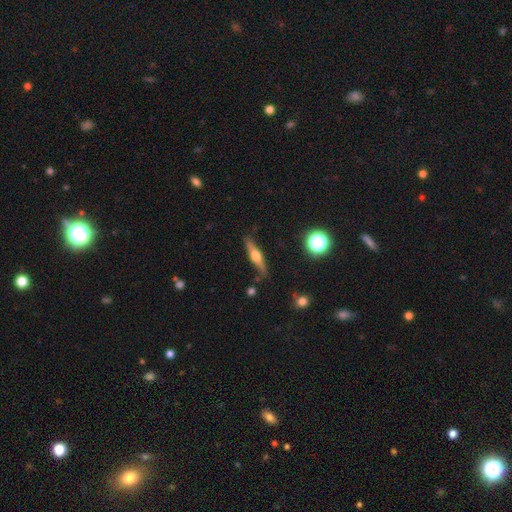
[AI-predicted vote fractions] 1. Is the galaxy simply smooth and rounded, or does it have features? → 63% featured or disk, 30% smooth, 7% star or artifact.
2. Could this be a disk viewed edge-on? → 96% yes, 4% no.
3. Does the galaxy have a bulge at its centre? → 93% rounded, 5% boxy, 2% none.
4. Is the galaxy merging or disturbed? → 86% none, 10% minor disturbance, 2% major disturbance, 2% merger.